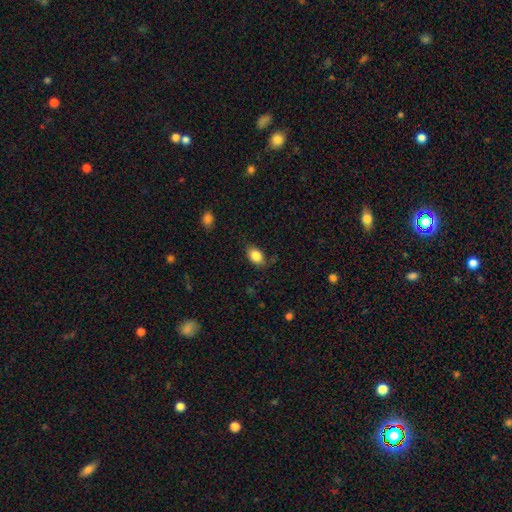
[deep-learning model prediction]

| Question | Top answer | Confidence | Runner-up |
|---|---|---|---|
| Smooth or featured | smooth | 86% | star or artifact (8%) |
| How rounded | in between | 85% | round (13%) |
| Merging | none | 76% | minor disturbance (18%) |